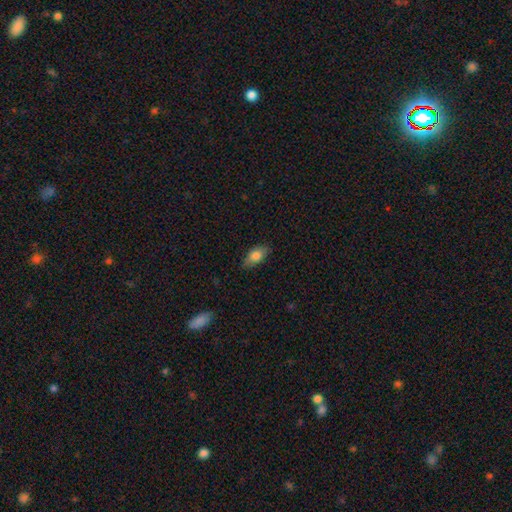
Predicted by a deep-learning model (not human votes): Smooth or featured? smooth (80%)
How rounded? in between (88%)
Merging? none (80%)